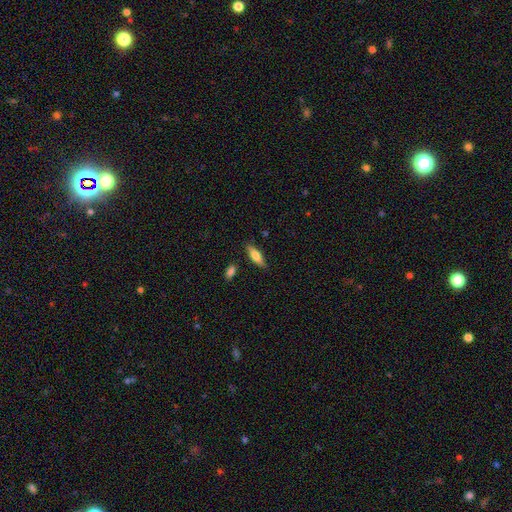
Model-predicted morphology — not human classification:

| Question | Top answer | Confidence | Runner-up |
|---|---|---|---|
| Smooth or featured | smooth | 66% | featured or disk (28%) |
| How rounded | in between | 50% | cigar-shaped (48%) |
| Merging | none | 80% | minor disturbance (14%) |